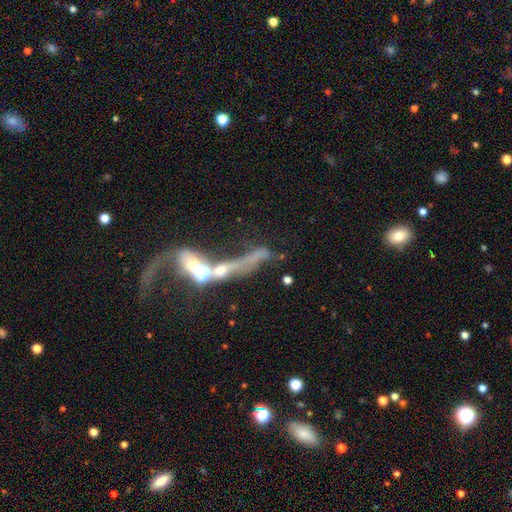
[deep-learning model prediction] Smooth or featured? featured or disk (39%)
Merging? merger (42%)